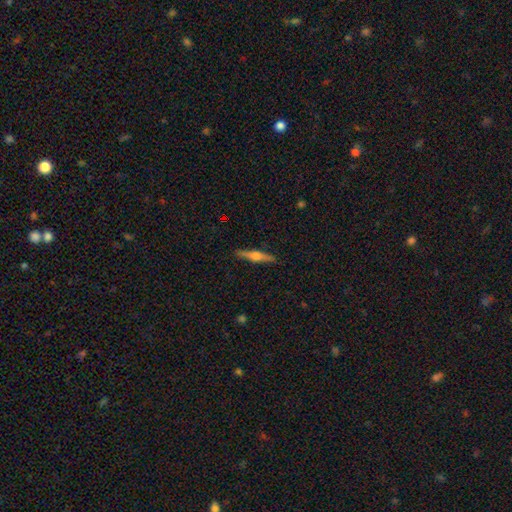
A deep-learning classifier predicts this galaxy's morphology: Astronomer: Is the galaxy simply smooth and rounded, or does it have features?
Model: featured or disk — 66%.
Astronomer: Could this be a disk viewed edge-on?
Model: yes — 97%.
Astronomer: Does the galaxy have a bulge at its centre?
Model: rounded — 89%.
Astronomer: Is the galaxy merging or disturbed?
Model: none — 91%.